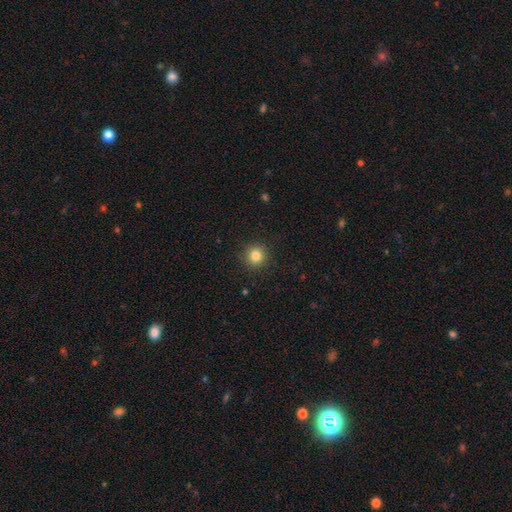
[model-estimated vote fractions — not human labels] Q: Smooth or featured?
A: smooth (83%); runner-up: star or artifact (11%)
Q: How rounded?
A: round (94%); runner-up: in between (5%)
Q: Merging?
A: none (91%); runner-up: minor disturbance (6%)